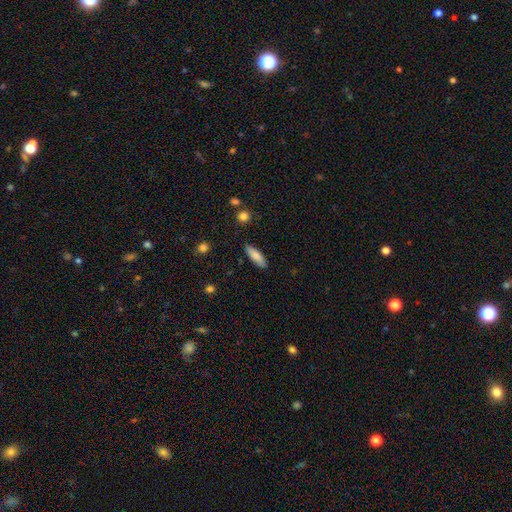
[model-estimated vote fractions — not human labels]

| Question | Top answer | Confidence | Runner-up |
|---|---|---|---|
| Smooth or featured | smooth | 83% | featured or disk (11%) |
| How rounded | in between | 51% | cigar-shaped (47%) |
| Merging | none | 86% | minor disturbance (11%) |